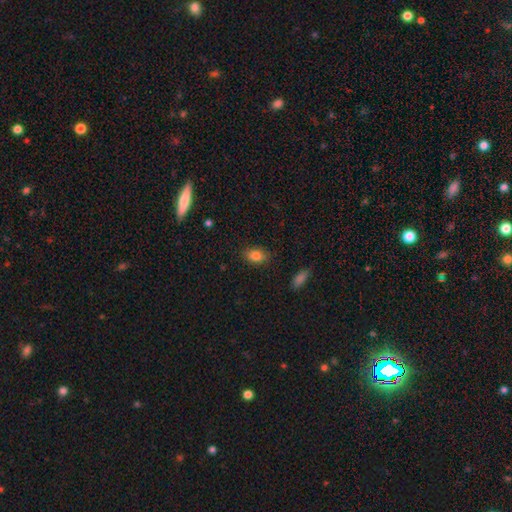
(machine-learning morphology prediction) smooth 83%, star or artifact 9%, featured or disk 8%. Down the decision tree: how rounded — in between (82%); merging — none (86%).